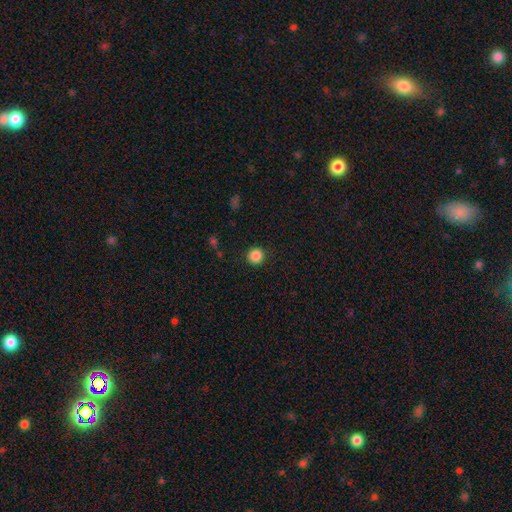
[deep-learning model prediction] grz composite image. It shows a smooth galaxy with no disk features (87%) that is round (94%). Merging: none (91%).